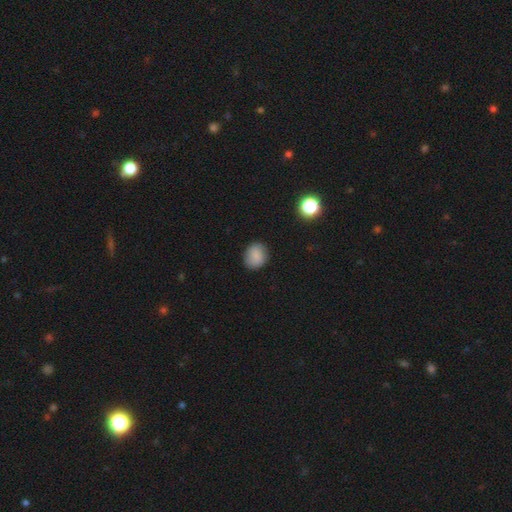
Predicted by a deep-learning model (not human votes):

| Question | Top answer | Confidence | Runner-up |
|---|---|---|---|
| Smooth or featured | smooth | 86% | star or artifact (9%) |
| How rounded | round | 57% | in between (42%) |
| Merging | none | 85% | minor disturbance (11%) |